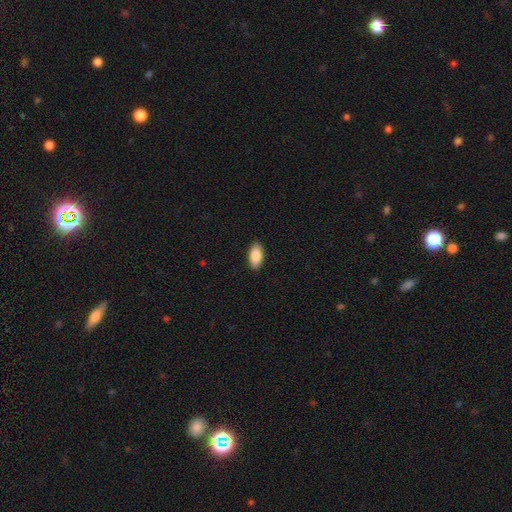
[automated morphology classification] Smooth or featured? smooth (89%)
How rounded? in between (93%)
Merging? none (89%)